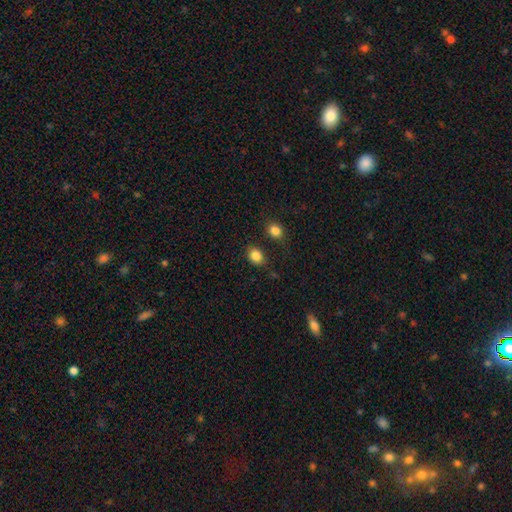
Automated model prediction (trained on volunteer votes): smooth_or_featured: smooth (p=0.85) [alt: star or artifact p=0.10]
how_rounded: in between (p=0.53) [alt: round p=0.46]
merging: none (p=0.79) [alt: minor disturbance p=0.12]